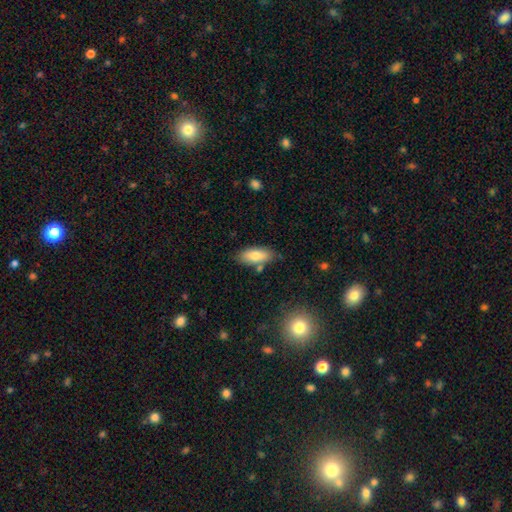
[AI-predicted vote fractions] The model was most divided on "merging": none: 76%, minor disturbance: 15%, merger: 7%, major disturbance: 3%. More confident: how rounded — in between (82%); smooth or featured — smooth (79%).